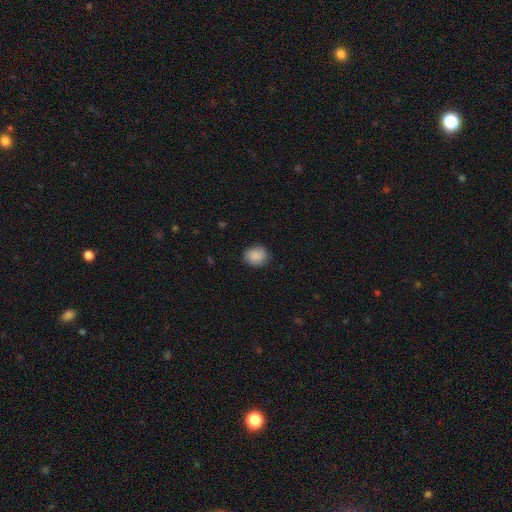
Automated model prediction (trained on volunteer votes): smooth_or_featured: smooth (p=0.86) [alt: star or artifact p=0.07]
how_rounded: round (p=0.62) [alt: in between p=0.37]
merging: none (p=0.82) [alt: minor disturbance p=0.14]